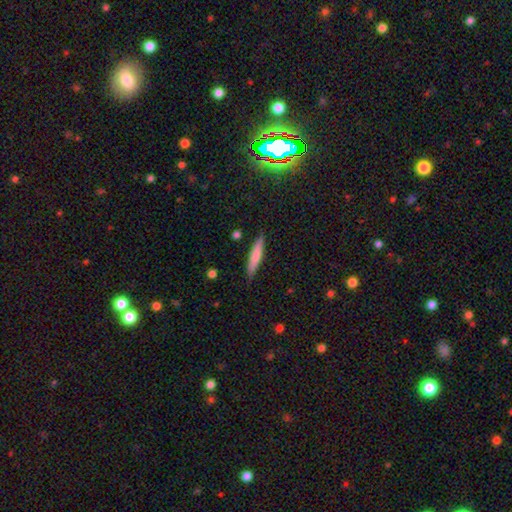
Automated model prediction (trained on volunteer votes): Smooth or featured? Predicted: smooth (p=0.70). How rounded? Predicted: cigar-shaped (p=0.89). Merging? Predicted: none (p=0.85).